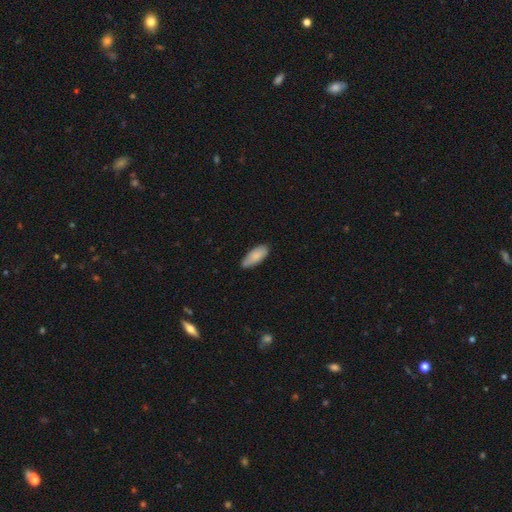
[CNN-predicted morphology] Q: Smooth or featured?
A: smooth (85%); runner-up: featured or disk (9%)
Q: How rounded?
A: in between (79%); runner-up: cigar-shaped (19%)
Q: Merging?
A: none (80%); runner-up: minor disturbance (17%)